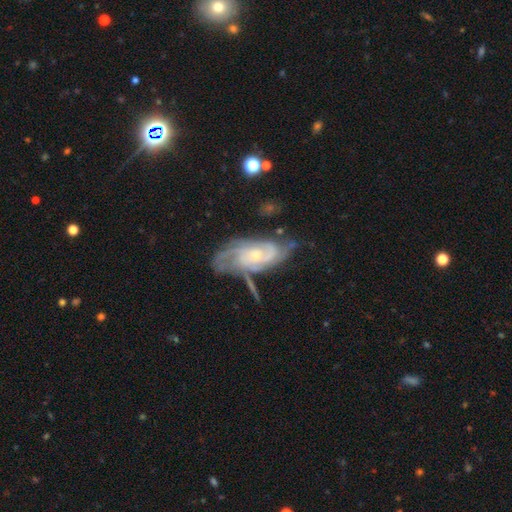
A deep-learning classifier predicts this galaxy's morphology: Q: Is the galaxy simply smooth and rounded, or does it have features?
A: featured or disk — 86%.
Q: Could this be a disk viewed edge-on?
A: no — 96%.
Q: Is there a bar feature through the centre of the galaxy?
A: no — 68%.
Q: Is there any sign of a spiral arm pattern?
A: yes — 96%.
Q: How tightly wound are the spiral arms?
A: tight — 56%.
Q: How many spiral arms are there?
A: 3 — 29%.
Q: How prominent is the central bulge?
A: small — 66%.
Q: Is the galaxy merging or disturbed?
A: none — 52%.